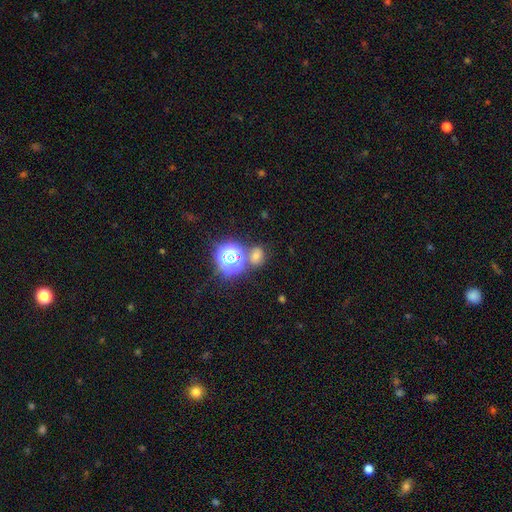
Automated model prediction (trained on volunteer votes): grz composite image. It shows a smooth galaxy with no disk features (59%) that is round (62%). Merging: none (66%).